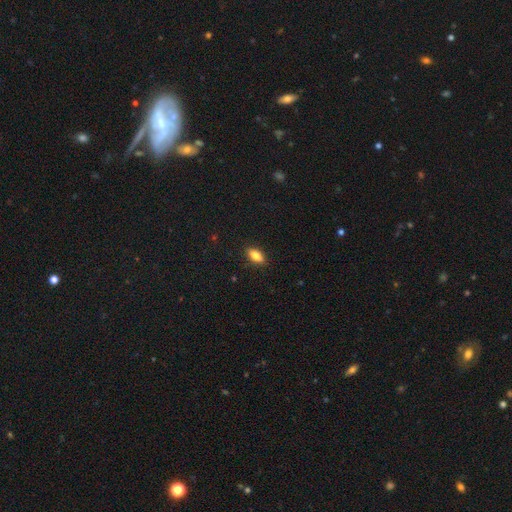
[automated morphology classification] The model was most divided on "smooth or featured": smooth: 78%, featured or disk: 14%, star or artifact: 8%. More confident: merging — none (87%); how rounded — in between (83%).